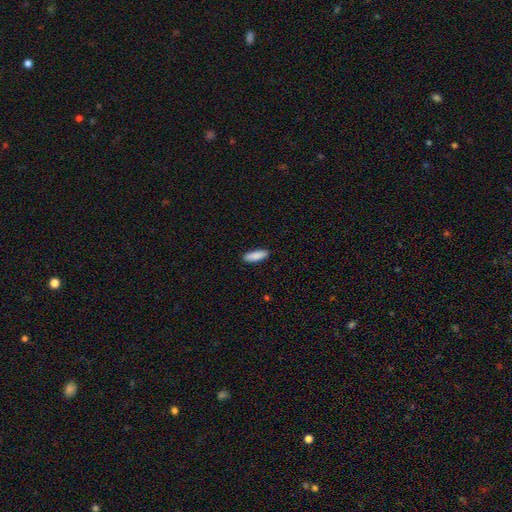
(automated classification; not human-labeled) A smooth galaxy with no disk features (89%) that is in between round and cigar-shaped (52%).

Vote fractions:
- Smooth or featured? smooth: 89% / star or artifact: 6% / featured or disk: 5%
- How rounded? in between: 52% / cigar-shaped: 46% / round: 2%
- Merging? none: 90% / minor disturbance: 8% / major disturbance: 2% / merger: 1%